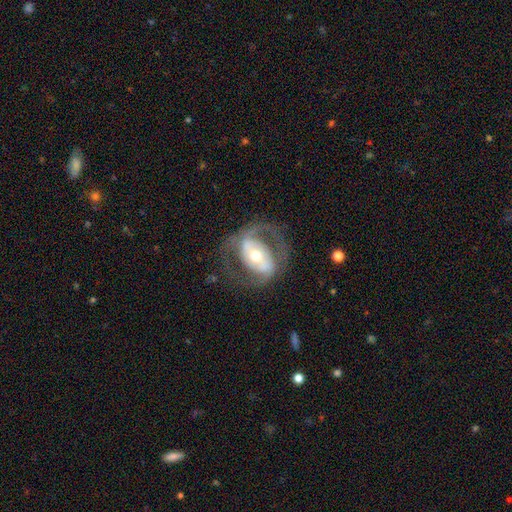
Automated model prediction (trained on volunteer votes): A featured or disk galaxy (79%) with a strong bar (41%), 2 (82%) medium (49%) spiral arms (71%) and a moderate central bulge (60%).

Vote fractions:
- Smooth or featured? featured or disk: 79% / smooth: 16% / star or artifact: 5%
- Edge-on disk? no: 95% / yes: 5%
- Bar? strong: 41% / no: 30% / weak: 28%
- Spiral arms? yes: 71% / no: 29%
- Spiral winding? medium: 49% / tight: 27% / loose: 24%
- Spiral arm count? 2: 82% / can't tell: 10% / 1: 5% / 3: 2% / 4: 1% / more than 4: 1%
- Bulge size? moderate: 60% / small: 29% / large: 9% / dominant: 1% / none: 1%
- Merging? none: 64% / major disturbance: 19% / minor disturbance: 15% / merger: 2%